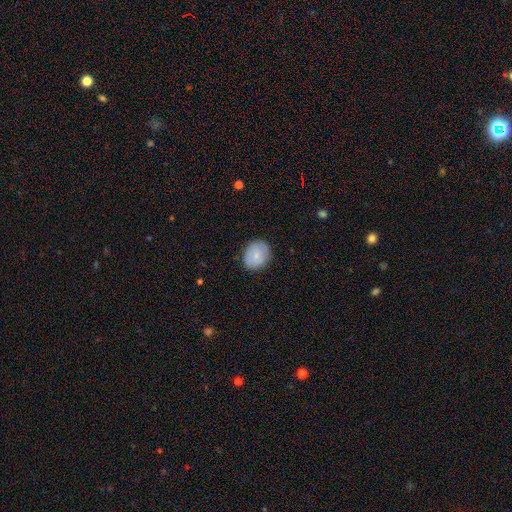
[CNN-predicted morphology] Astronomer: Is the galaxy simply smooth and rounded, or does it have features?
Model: smooth — 73%.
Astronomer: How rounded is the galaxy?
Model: round — 59% (runner-up: in between, 40%).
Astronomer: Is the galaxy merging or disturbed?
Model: none — 85%.